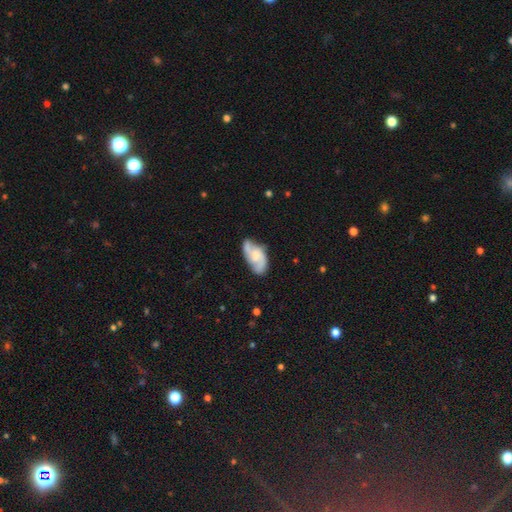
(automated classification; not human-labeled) This is likely a featured or disk galaxy (71%). It is clearly not viewed edge-on (96%). Bar: possibly no (56%). Spiral arm pattern: clearly yes (93%). Spiral arm count: likely 2 (68%). Spiral winding: possibly medium (48%). Central bulge: marginally small (33%). Merging: likely none (63%).